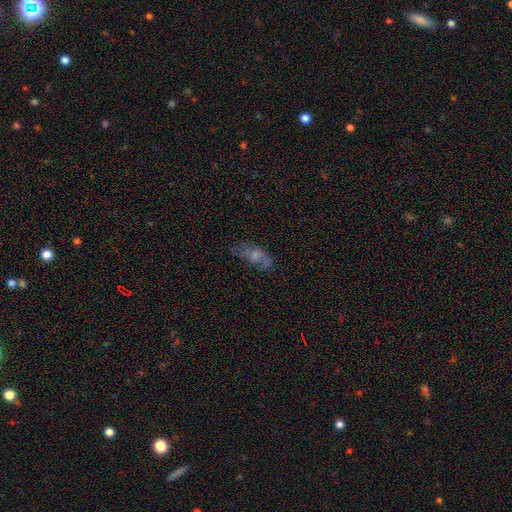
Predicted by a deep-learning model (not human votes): Smooth or featured: smooth — 46% (featured or disk — 41%)
Merging: none — 54% (minor disturbance — 25%)